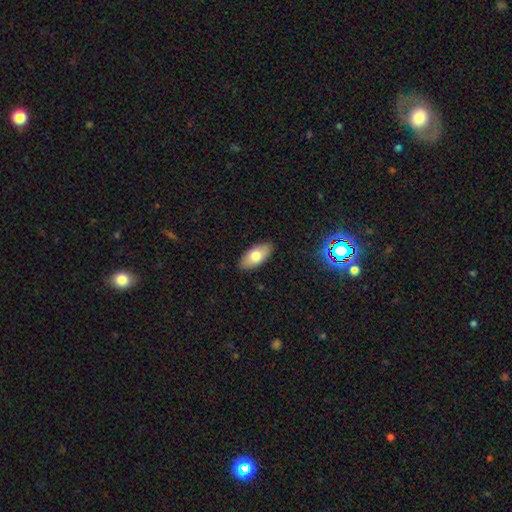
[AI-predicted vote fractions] Morphology: type=smooth (75%); roundness=in between (90%); merging=none (88%).